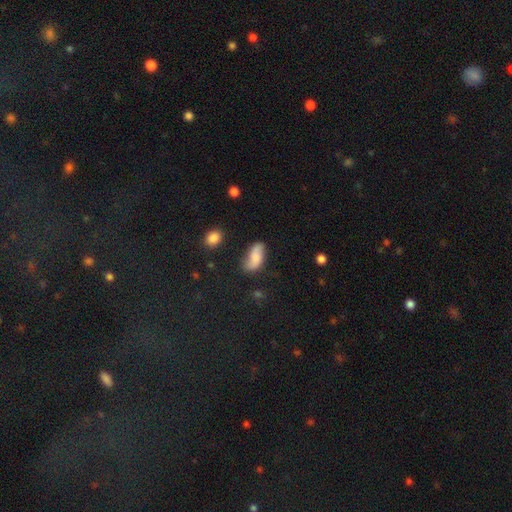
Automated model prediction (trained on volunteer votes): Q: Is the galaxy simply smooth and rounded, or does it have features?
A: smooth — 65%.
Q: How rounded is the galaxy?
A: in between — 89%.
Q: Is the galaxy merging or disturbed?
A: none — 60%.